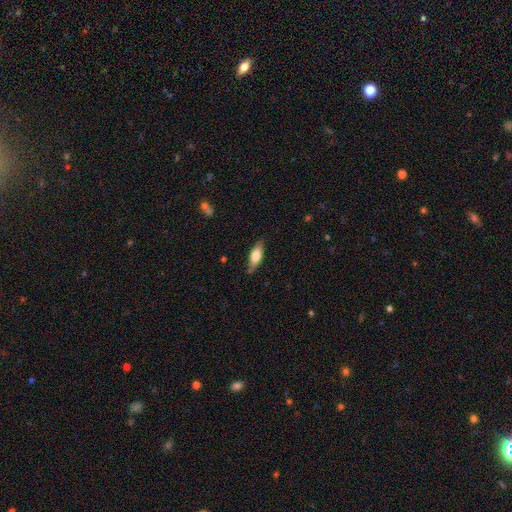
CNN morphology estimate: Q: Smooth or featured?
A: smooth (65%); runner-up: featured or disk (29%)
Q: How rounded?
A: in between (63%); runner-up: cigar-shaped (34%)
Q: Merging?
A: none (82%); runner-up: minor disturbance (14%)